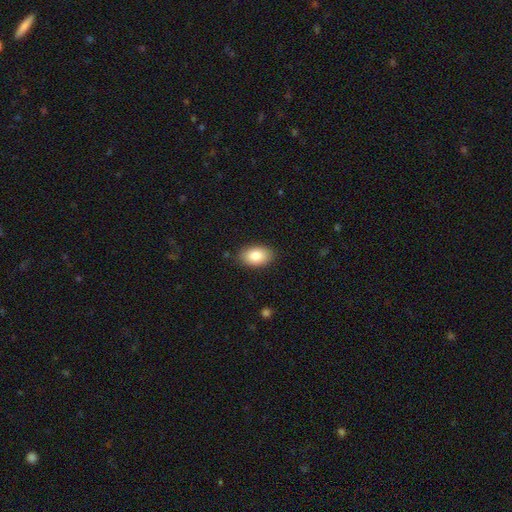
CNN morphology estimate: Q: Smooth or featured?
A: smooth (85%); runner-up: featured or disk (8%)
Q: How rounded?
A: in between (92%); runner-up: round (7%)
Q: Merging?
A: none (86%); runner-up: minor disturbance (10%)